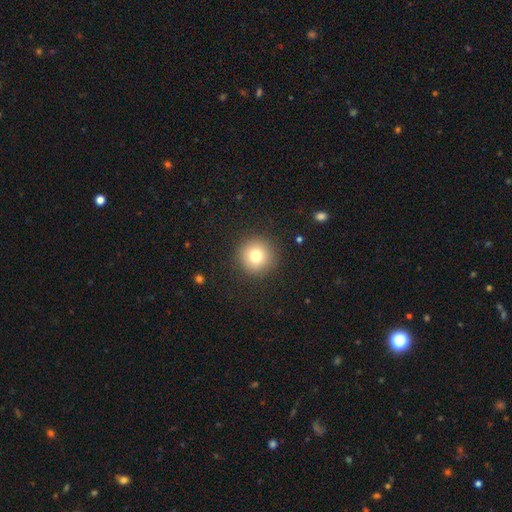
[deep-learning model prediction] A smooth galaxy with no disk features (78%) that is round (95%).

Vote fractions:
- Smooth or featured? smooth: 78% / star or artifact: 12% / featured or disk: 10%
- How rounded? round: 95% / in between: 4% / cigar-shaped: 1%
- Merging? none: 91% / minor disturbance: 6% / major disturbance: 2% / merger: 1%